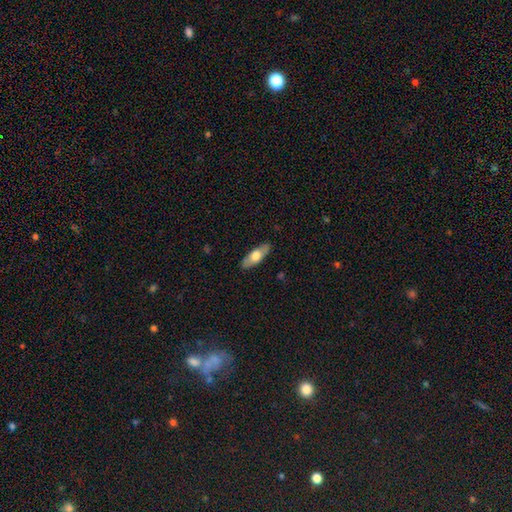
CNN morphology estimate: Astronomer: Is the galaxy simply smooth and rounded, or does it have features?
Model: smooth — 58% (runner-up: featured or disk, 36%).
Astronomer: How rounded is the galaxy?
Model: in between — 61%.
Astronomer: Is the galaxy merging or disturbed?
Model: none — 87%.